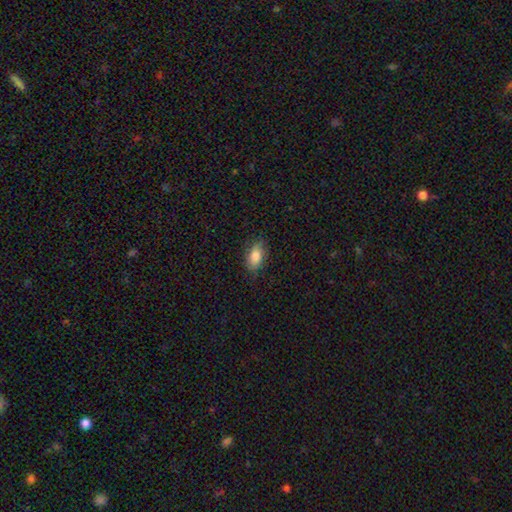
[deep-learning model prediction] Smooth or featured?
  - smooth: 83% *
  - featured or disk: 9%
  - star or artifact: 7%
How rounded?
  - in between: 90% *
  - round: 5%
  - cigar-shaped: 4%
Merging?
  - none: 80% *
  - minor disturbance: 16%
  - major disturbance: 4%
  - merger: 1%